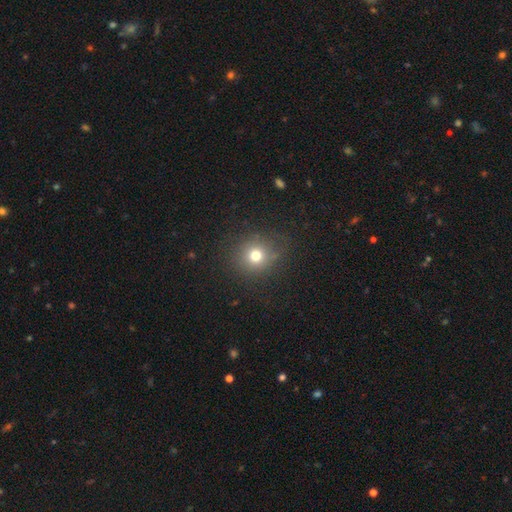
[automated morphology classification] A smooth galaxy with no disk features (74%) that is round (87%). Merging: none (84%).